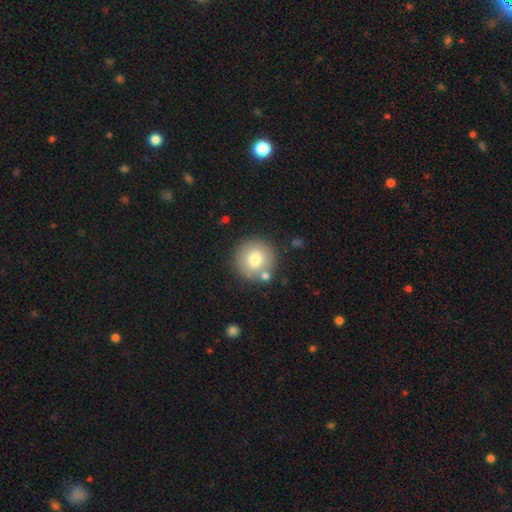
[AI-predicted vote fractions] Overall: smooth (76%). How rounded: round (95%). Merging: none (80%).